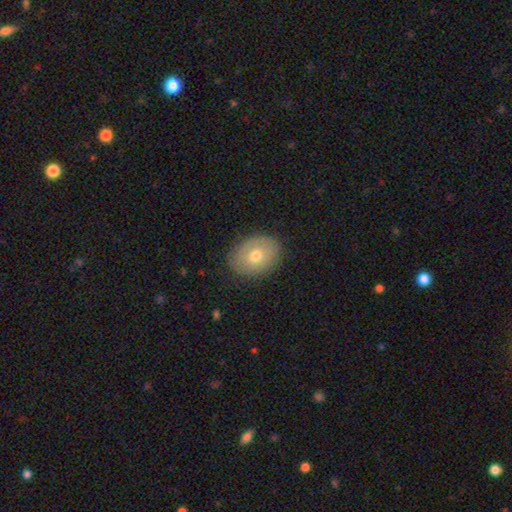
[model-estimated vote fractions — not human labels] Smooth or featured?
  - smooth: 58% *
  - featured or disk: 34%
  - star or artifact: 8%
How rounded?
  - in between: 72% *
  - round: 27%
  - cigar-shaped: 1%
Merging?
  - none: 83% *
  - minor disturbance: 13%
  - major disturbance: 3%
  - merger: 1%